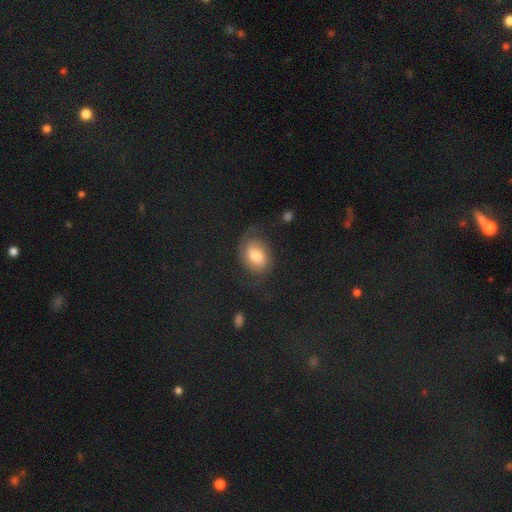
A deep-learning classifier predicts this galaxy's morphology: Smooth or featured?
  - featured or disk: 55% *
  - smooth: 29%
  - star or artifact: 15%
Edge-on disk?
  - no: 97% *
  - yes: 3%
Bar?
  - no: 55% *
  - weak: 36%
  - strong: 9%
Spiral arms?
  - yes: 89% *
  - no: 11%
Bulge size?
  - moderate: 53% *
  - large: 23%
  - small: 18%
  - dominant: 4%
  - none: 3%
Merging?
  - none: 65% *
  - minor disturbance: 18%
  - major disturbance: 16%
  - merger: 2%